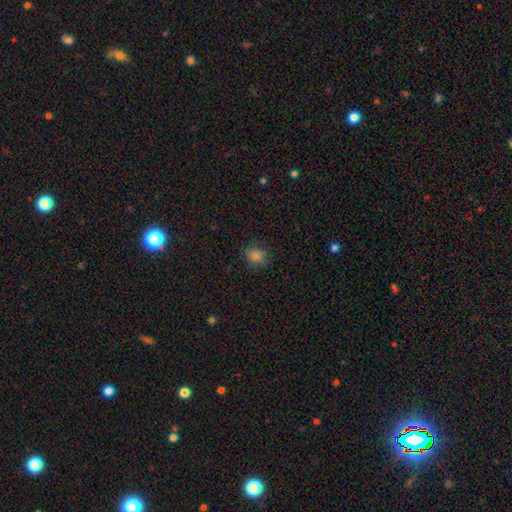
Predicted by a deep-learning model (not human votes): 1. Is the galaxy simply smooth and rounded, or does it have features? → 80% smooth, 16% star or artifact, 4% featured or disk.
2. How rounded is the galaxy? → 61% round, 38% in between, 1% cigar-shaped.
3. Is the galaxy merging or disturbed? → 84% none, 12% minor disturbance, 3% major disturbance, 1% merger.